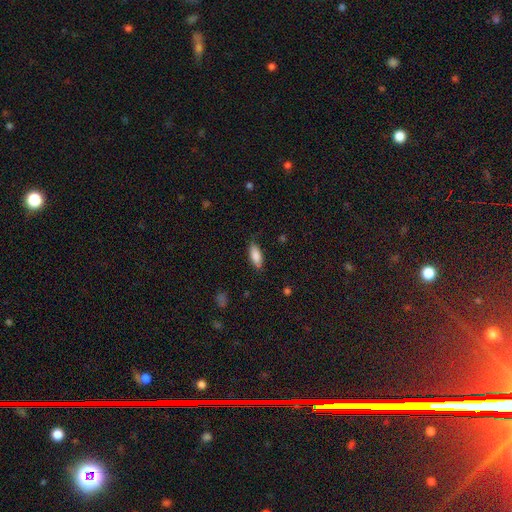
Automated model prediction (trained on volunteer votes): Overall: smooth (85%). How rounded: in between (80%). Merging: none (77%).